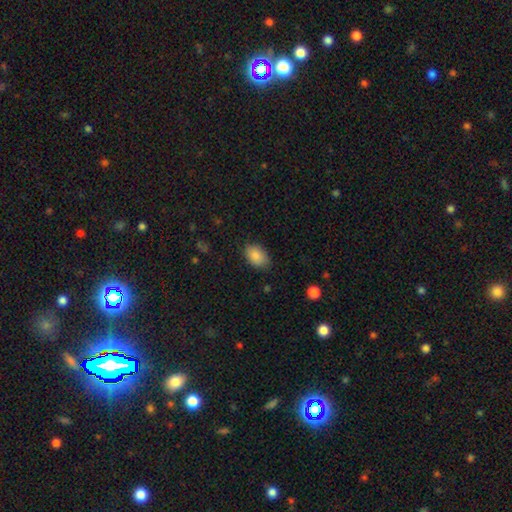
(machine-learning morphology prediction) This is clearly a smooth galaxy (87%). How rounded: clearly in between (86%). Merging: likely none (78%).